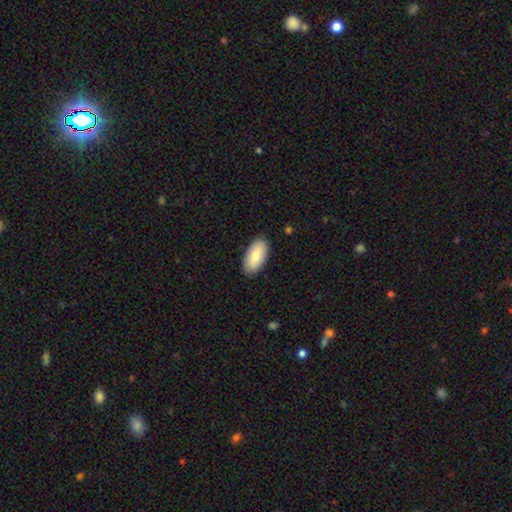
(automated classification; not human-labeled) smooth_or_featured: smooth (p=0.82) [alt: featured or disk p=0.13]
how_rounded: in between (p=0.94) [alt: cigar-shaped p=0.04]
merging: none (p=0.88) [alt: minor disturbance p=0.09]